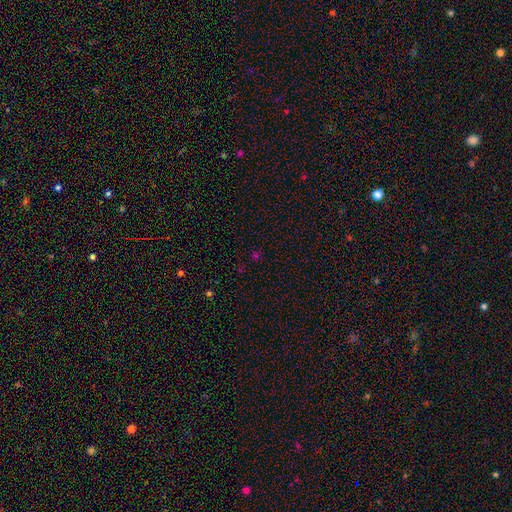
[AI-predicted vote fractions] This is possibly a star or artifact rather than a galaxy (51%).